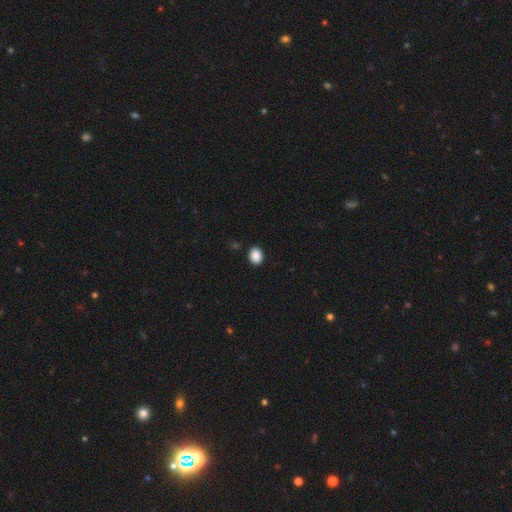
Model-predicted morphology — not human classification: smooth_or_featured: smooth (p=0.89) [alt: star or artifact p=0.08]
how_rounded: round (p=0.51) [alt: in between p=0.48]
merging: none (p=0.90) [alt: minor disturbance p=0.06]